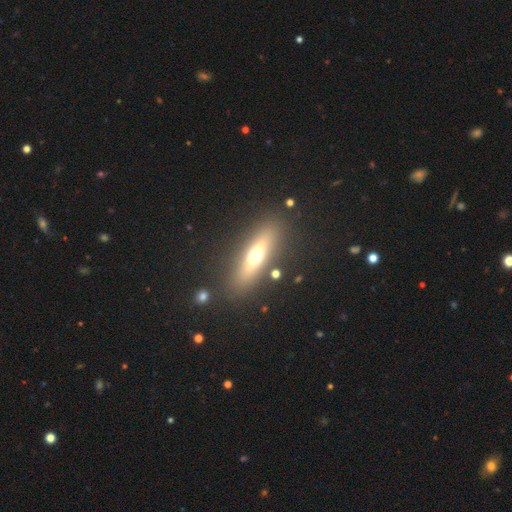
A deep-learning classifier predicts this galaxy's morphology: Smooth or featured? Predicted: smooth (p=0.51). How rounded? Predicted: cigar-shaped (p=0.60). Merging? Predicted: none (p=0.85).